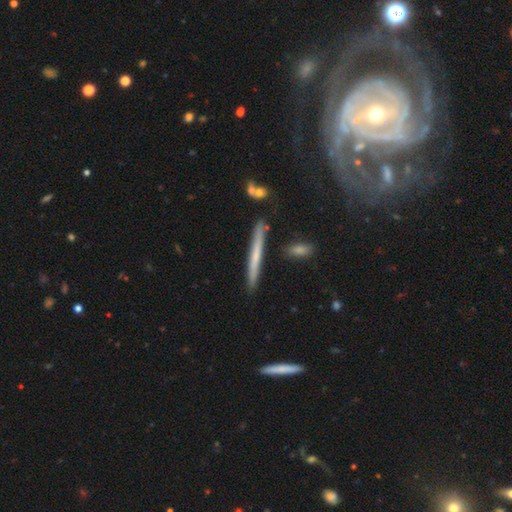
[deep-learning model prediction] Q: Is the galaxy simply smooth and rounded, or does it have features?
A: smooth — 48%.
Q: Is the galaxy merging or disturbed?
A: none — 86%.